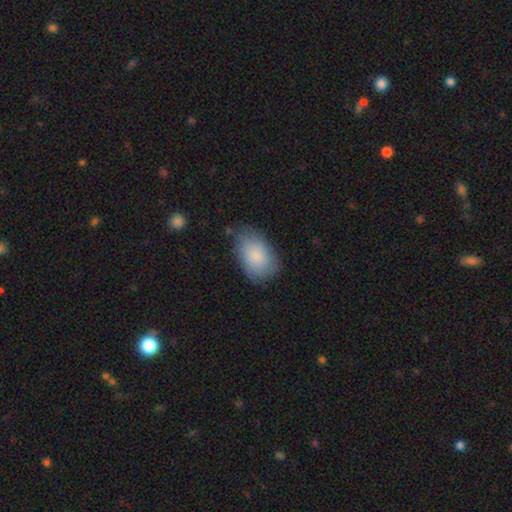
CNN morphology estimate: type=smooth (82%); roundness=in between (90%); merging=none (71%).